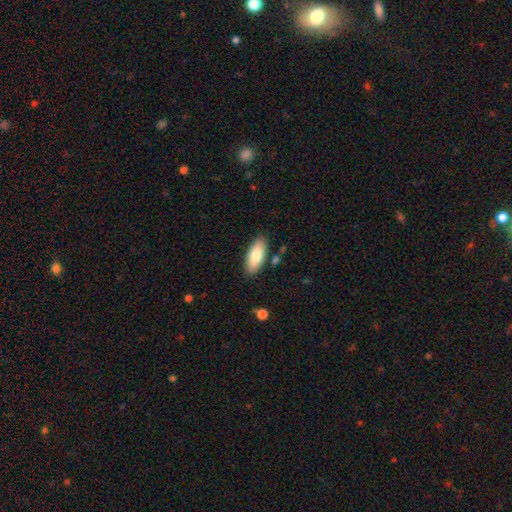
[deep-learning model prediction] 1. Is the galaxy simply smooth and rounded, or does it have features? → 82% smooth, 12% featured or disk, 6% star or artifact.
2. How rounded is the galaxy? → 85% in between, 14% cigar-shaped, 2% round.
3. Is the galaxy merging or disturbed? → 85% none, 10% minor disturbance, 3% merger, 2% major disturbance.